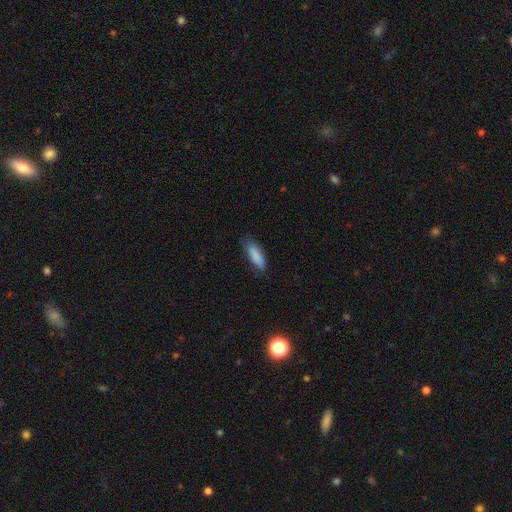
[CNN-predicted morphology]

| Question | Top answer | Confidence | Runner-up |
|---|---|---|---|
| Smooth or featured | smooth | 87% | featured or disk (7%) |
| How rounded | in between | 59% | cigar-shaped (39%) |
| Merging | none | 75% | minor disturbance (19%) |